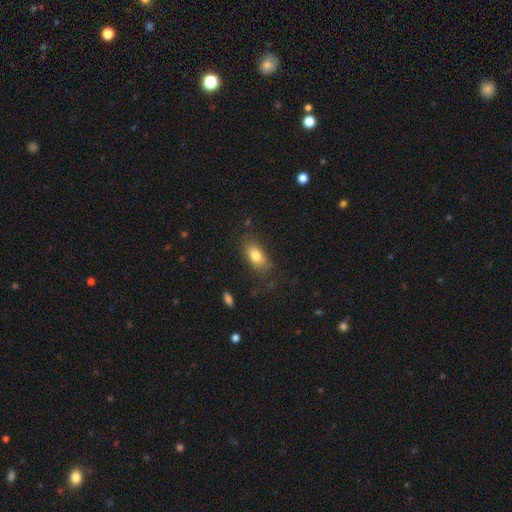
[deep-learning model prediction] A smooth galaxy with no disk features (79%) that is in between round and cigar-shaped (87%). Merging: none (74%).